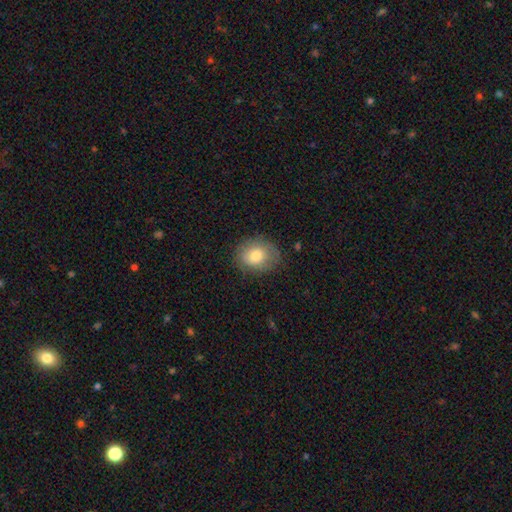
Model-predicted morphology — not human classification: This is likely a smooth galaxy (78%). How rounded: likely round (60%). Merging: likely none (80%).